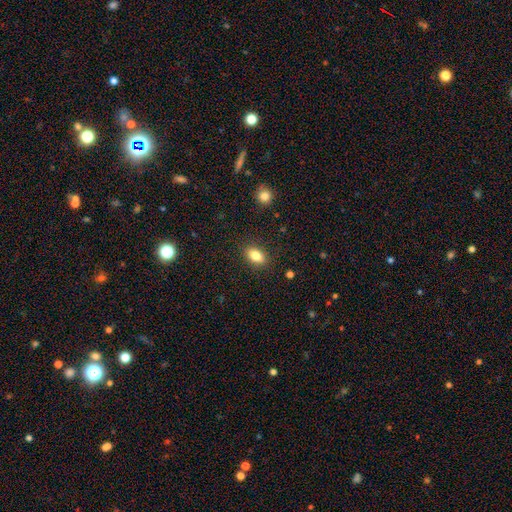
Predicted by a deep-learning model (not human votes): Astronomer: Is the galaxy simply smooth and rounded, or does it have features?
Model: smooth — 83%.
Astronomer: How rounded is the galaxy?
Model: in between — 87%.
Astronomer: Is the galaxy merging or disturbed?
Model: none — 88%.